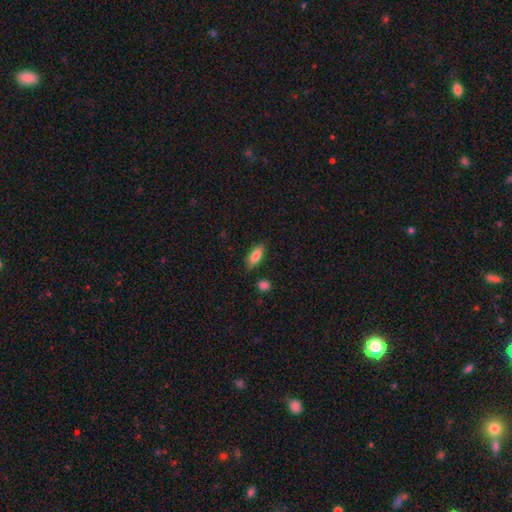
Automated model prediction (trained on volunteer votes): Q: Smooth or featured?
A: smooth (81%); runner-up: featured or disk (13%)
Q: How rounded?
A: in between (68%); runner-up: cigar-shaped (30%)
Q: Merging?
A: none (84%); runner-up: minor disturbance (11%)